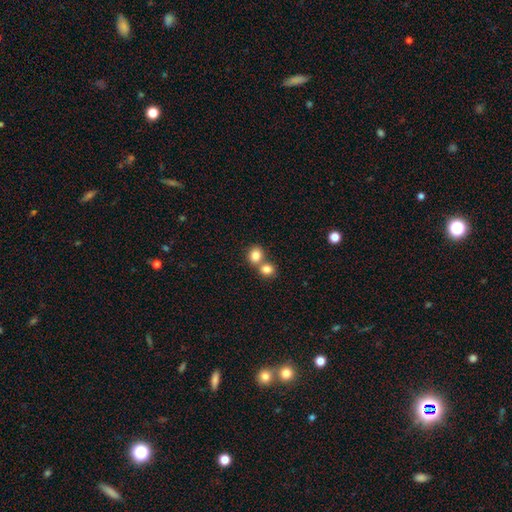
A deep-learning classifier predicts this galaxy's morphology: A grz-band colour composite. It shows a smooth galaxy with no disk features (83%) that is round (70%). Merging: merger (50%).